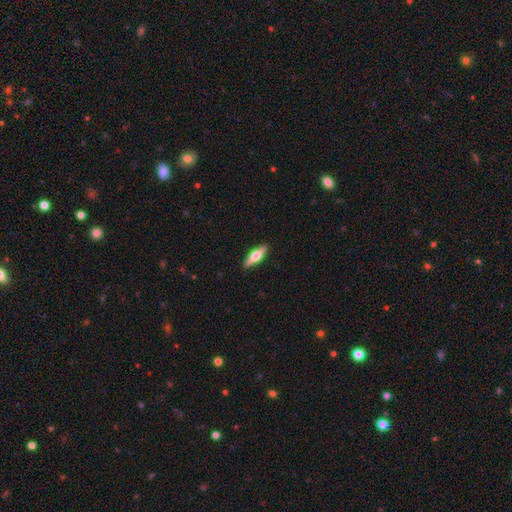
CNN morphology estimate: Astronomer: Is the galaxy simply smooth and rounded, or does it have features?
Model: featured or disk — 53% (runner-up: smooth, 42%).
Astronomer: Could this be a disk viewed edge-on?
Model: yes — 94%.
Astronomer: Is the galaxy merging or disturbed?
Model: none — 90%.